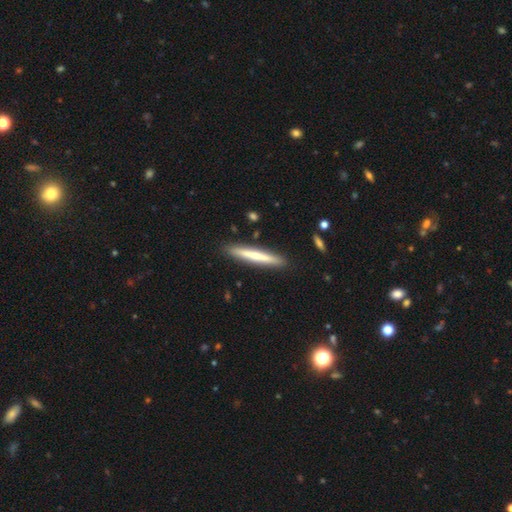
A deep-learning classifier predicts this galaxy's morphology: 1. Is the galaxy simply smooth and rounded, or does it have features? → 53% smooth, 42% featured or disk, 6% star or artifact.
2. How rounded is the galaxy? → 95% cigar-shaped, 4% in between, 1% round.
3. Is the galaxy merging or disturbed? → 90% none, 7% minor disturbance, 2% merger, 1% major disturbance.